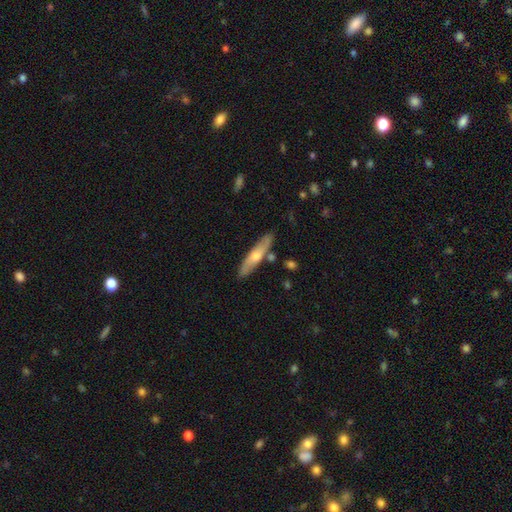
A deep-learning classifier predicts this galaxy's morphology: smooth-or-featured: smooth: 50% | featured or disk: 44% | star or artifact: 6%
  how-rounded: cigar-shaped: 81% | in between: 17% | round: 2%
  merging: none: 82% | minor disturbance: 11% | merger: 5% | major disturbance: 2%